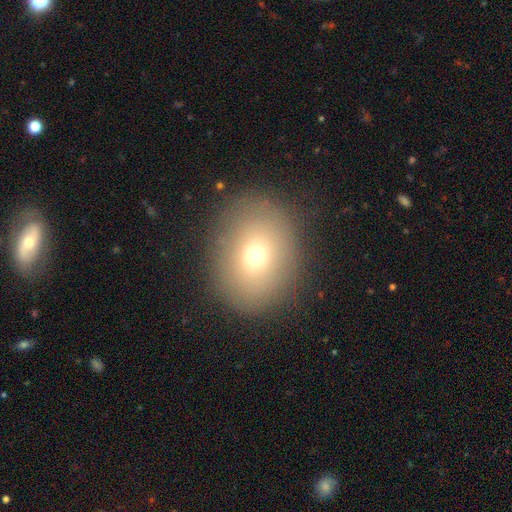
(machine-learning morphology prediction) This is likely a smooth galaxy (70%). How rounded: possibly round (55%). Merging: clearly none (86%).